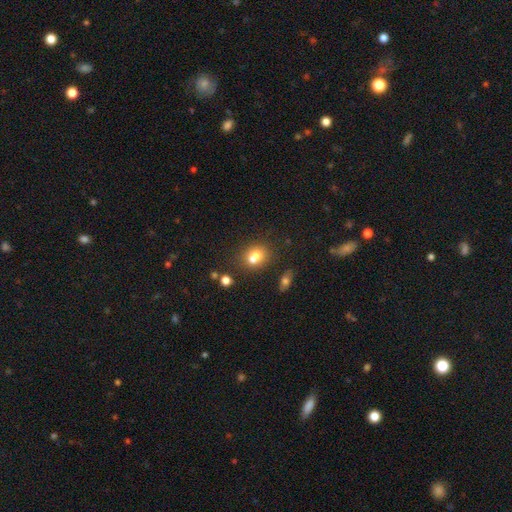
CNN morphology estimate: This is likely a smooth galaxy (71%). How rounded: possibly in between (49%, tied with round). Merging: possibly merger (46%).